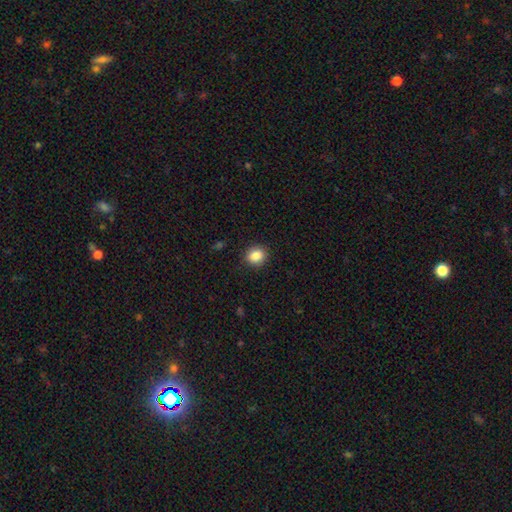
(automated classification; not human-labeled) Smooth or featured? Predicted: smooth (p=0.87). How rounded? Predicted: round (p=0.65). Merging? Predicted: none (p=0.89).